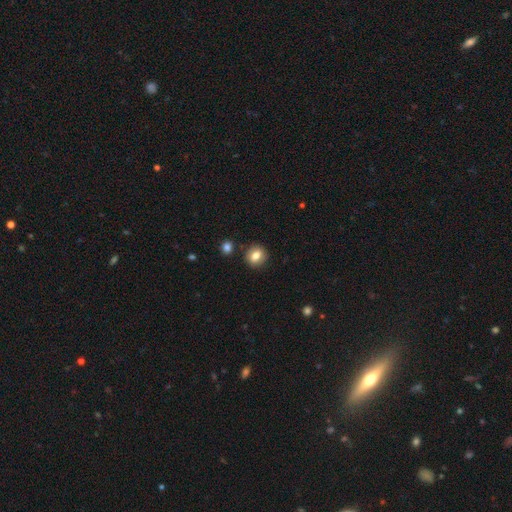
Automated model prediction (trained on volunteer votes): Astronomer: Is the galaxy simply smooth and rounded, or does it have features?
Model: smooth — 80%.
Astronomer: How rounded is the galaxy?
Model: round — 72%.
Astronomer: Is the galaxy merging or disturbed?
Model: none — 86%.